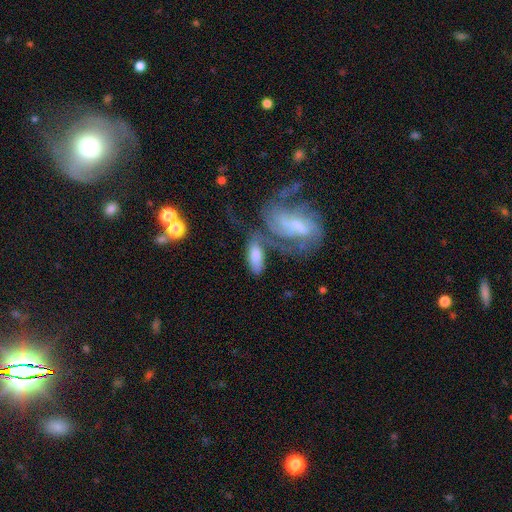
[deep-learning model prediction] Overall: smooth (67%). How rounded: in between (82%). Merging: none (35%, tied with merger).